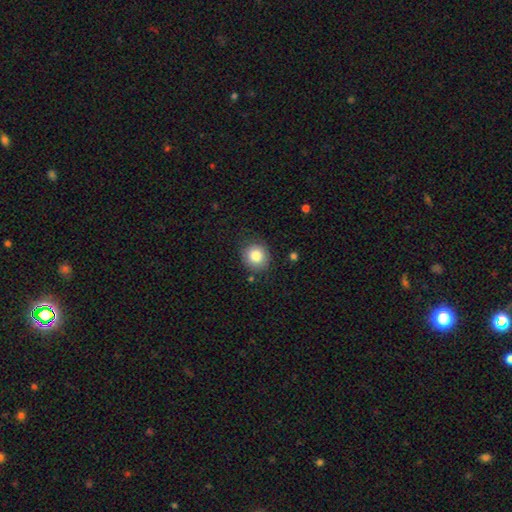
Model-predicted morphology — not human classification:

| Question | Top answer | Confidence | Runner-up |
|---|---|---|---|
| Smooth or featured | smooth | 84% | star or artifact (9%) |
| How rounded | round | 85% | in between (14%) |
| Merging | none | 85% | minor disturbance (10%) |